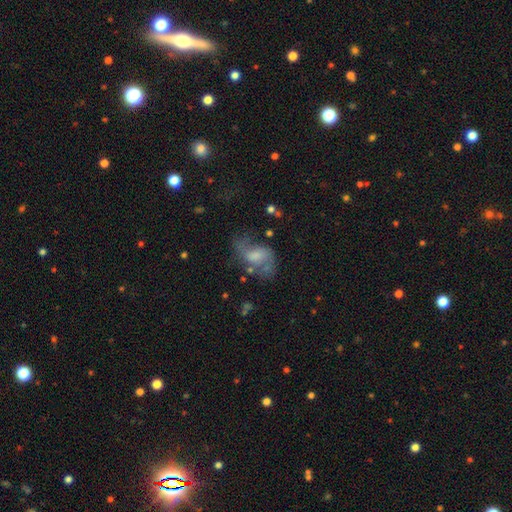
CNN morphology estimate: smooth-or-featured: featured or disk: 56% | smooth: 33% | star or artifact: 12%
  disk-edge-on: no: 96% | yes: 4%
    bar: no: 51% | weak: 39% | strong: 10%
    has-spiral-arms: yes: 70% | no: 30%
    bulge-size: moderate: 34% | small: 29% | none: 22% | large: 13% | dominant: 2%
  merging: none: 41% | major disturbance: 29% | minor disturbance: 23% | merger: 7%